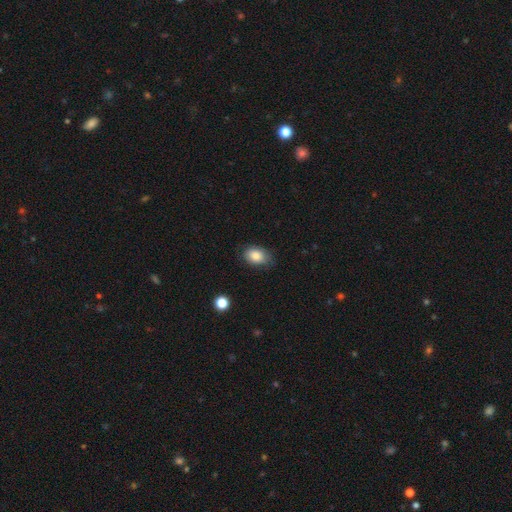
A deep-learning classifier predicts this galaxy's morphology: The model was most divided on "merging": none: 74%, minor disturbance: 21%, major disturbance: 4%, merger: 1%. More confident: smooth or featured — smooth (84%); how rounded — in between (83%).